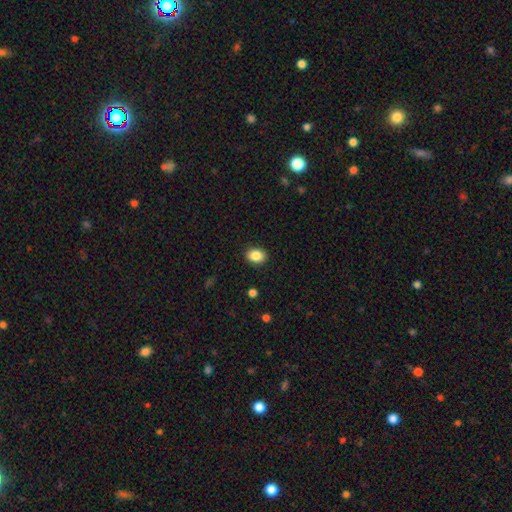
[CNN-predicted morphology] smooth 87%, star or artifact 9%, featured or disk 5%. Down the decision tree: how rounded — in between (68%); merging — none (90%).